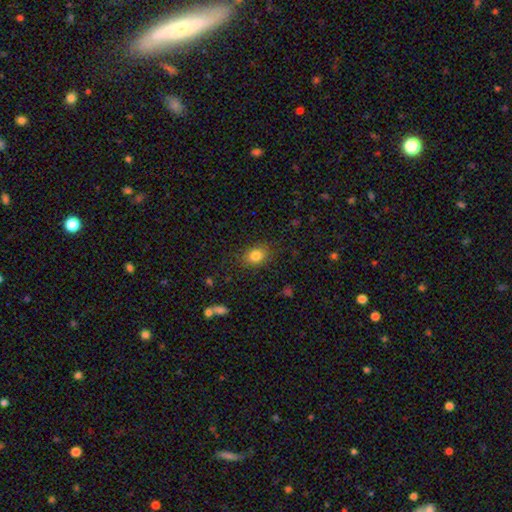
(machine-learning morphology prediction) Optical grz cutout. It shows a smooth galaxy with no disk features (83%) that is in between round and cigar-shaped (54%). Merging: none (83%).